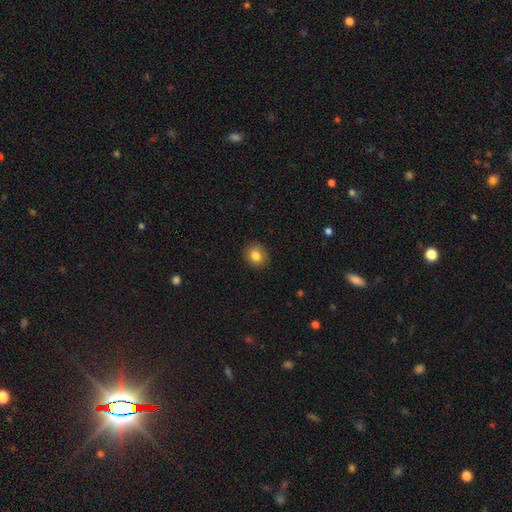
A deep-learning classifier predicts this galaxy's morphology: A smooth galaxy with no disk features (83%) that is round (70%).

Vote fractions:
- Smooth or featured? smooth: 83% / star or artifact: 10% / featured or disk: 7%
- How rounded? round: 70% / in between: 29% / cigar-shaped: 1%
- Merging? none: 89% / minor disturbance: 8% / major disturbance: 2% / merger: 1%